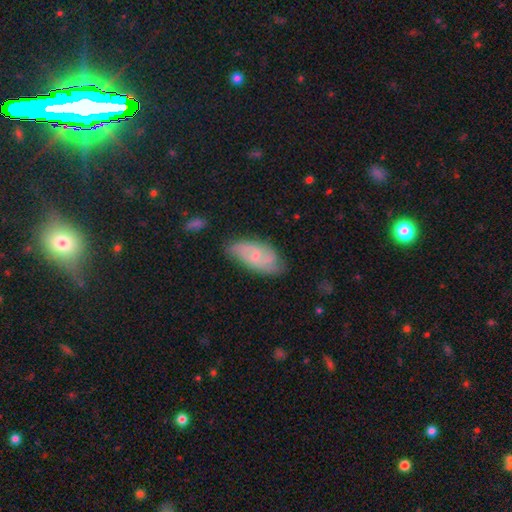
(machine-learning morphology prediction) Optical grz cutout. It shows a featured or disk galaxy (58%) with no bar (54%), spiral arms (88%) and a small central bulge (61%). Merging: none (65%).